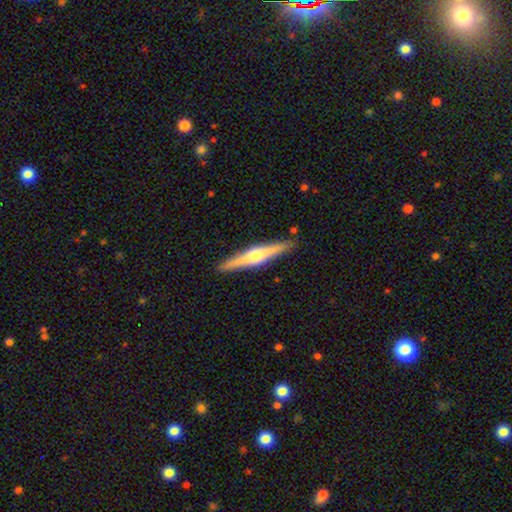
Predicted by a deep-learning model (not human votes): Morphology: type=featured or disk (70%); edge-on=yes (98%); edge-on bulge=rounded (92%); merging=none (90%).